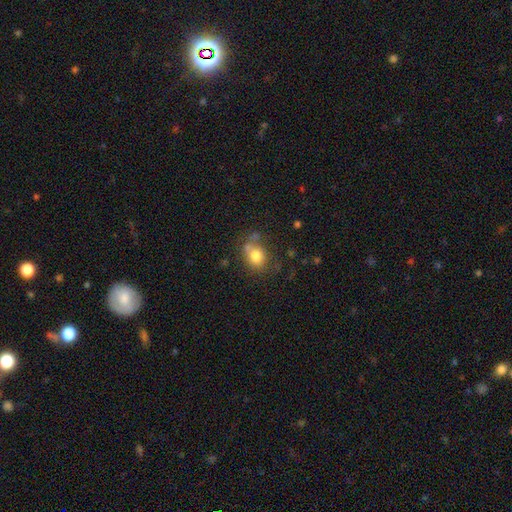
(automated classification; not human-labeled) Overall: smooth (76%). How rounded: in between (50%; round 49%). Merging: none (53%; minor disturbance 22%).